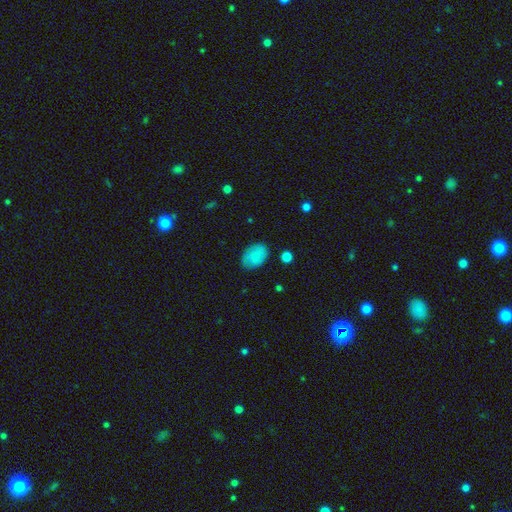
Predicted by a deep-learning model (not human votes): Smooth or featured? smooth (86%)
How rounded? in between (85%)
Merging? none (81%)